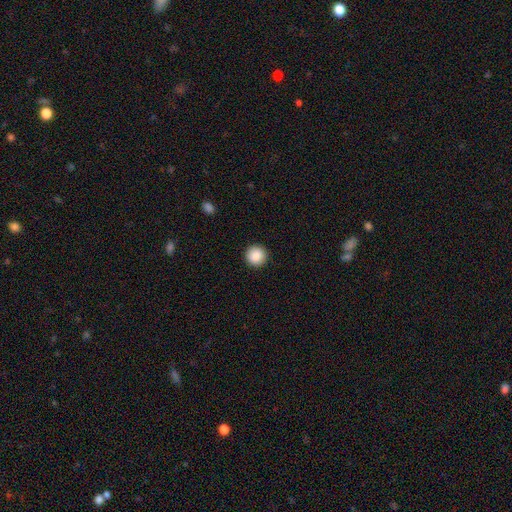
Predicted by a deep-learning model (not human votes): Q: Smooth or featured?
A: smooth (89%); runner-up: star or artifact (8%)
Q: How rounded?
A: round (96%); runner-up: in between (3%)
Q: Merging?
A: none (93%); runner-up: minor disturbance (4%)